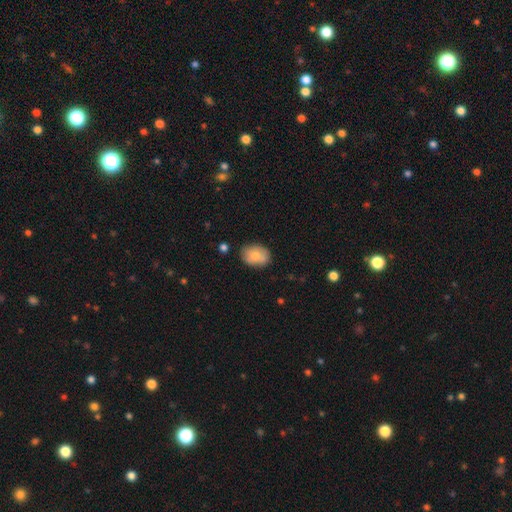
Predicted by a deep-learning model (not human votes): This appears to be a smooth galaxy with no disk features (74%) that is in between round and cigar-shaped (72%). Merging: none (74%).